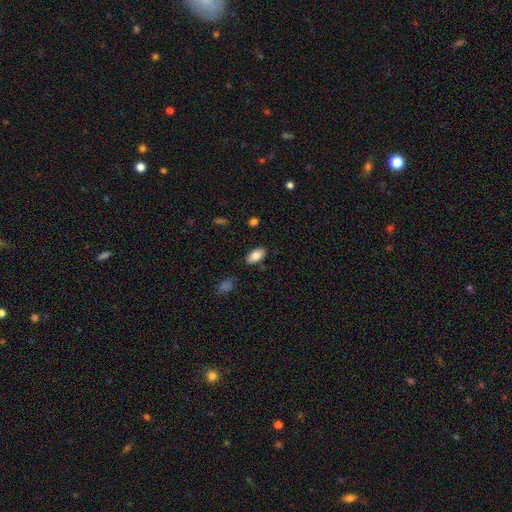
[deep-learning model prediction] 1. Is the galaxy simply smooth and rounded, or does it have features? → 83% smooth, 10% featured or disk, 7% star or artifact.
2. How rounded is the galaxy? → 93% in between, 4% cigar-shaped, 3% round.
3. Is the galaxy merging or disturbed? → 85% none, 11% minor disturbance, 2% major disturbance, 2% merger.